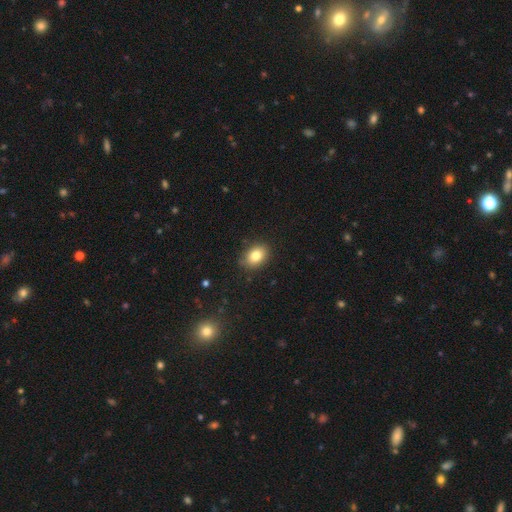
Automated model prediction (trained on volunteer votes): Overall: smooth (82%). How rounded: in between (74%). Merging: none (87%).